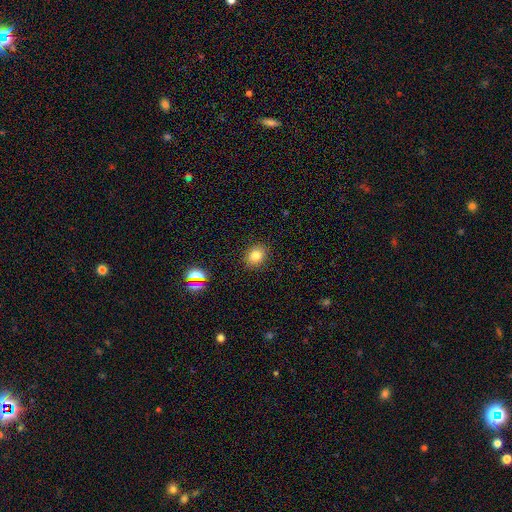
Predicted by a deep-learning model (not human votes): smooth_or_featured: smooth (p=0.79) [alt: star or artifact p=0.13]
how_rounded: round (p=0.55) [alt: in between p=0.44]
merging: none (p=0.89) [alt: minor disturbance p=0.08]